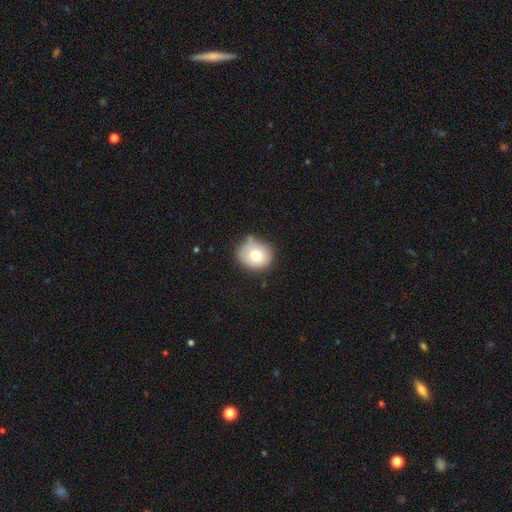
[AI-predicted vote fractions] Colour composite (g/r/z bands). It shows a smooth galaxy with no disk features (72%) that is round (73%). Merging: none (69%).